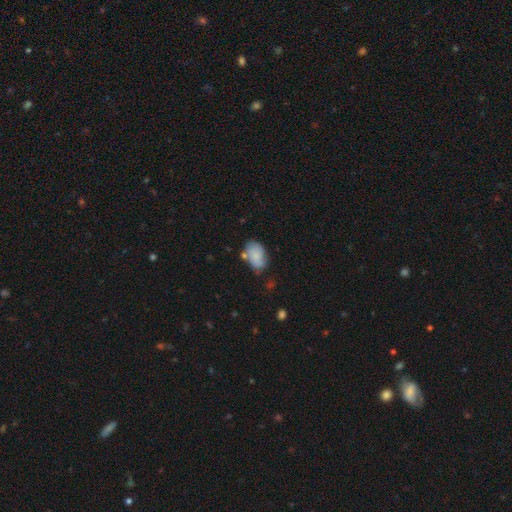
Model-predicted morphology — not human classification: Smooth or featured?
  - smooth: 74% *
  - featured or disk: 19%
  - star or artifact: 7%
How rounded?
  - in between: 87% *
  - round: 11%
  - cigar-shaped: 1%
Merging?
  - none: 52% *
  - minor disturbance: 28%
  - merger: 11%
  - major disturbance: 8%